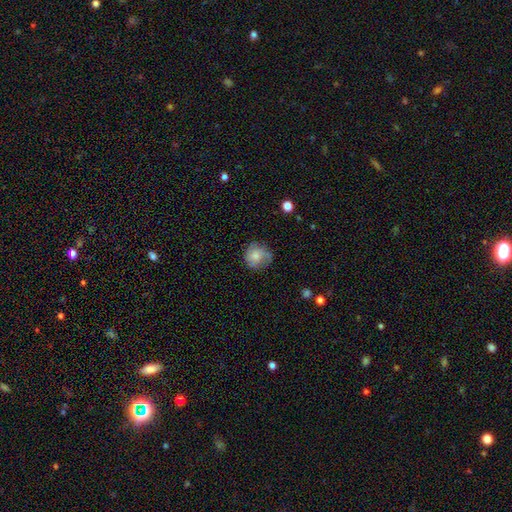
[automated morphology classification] Smooth or featured?
  - smooth: 61% *
  - featured or disk: 31%
  - star or artifact: 9%
How rounded?
  - round: 82% *
  - in between: 17%
  - cigar-shaped: 1%
Merging?
  - none: 62% *
  - minor disturbance: 24%
  - major disturbance: 12%
  - merger: 2%